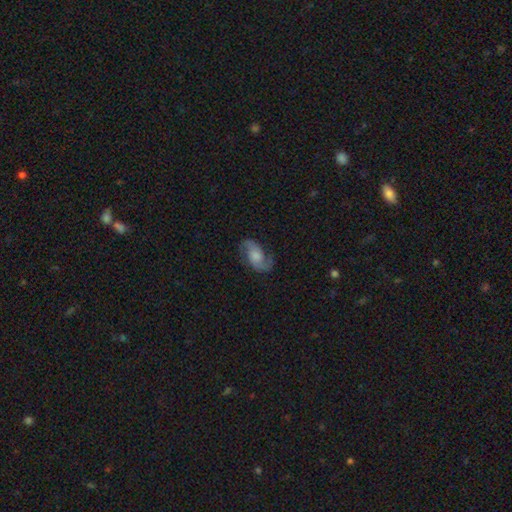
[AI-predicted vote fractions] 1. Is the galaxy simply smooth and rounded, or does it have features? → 78% featured or disk, 15% smooth, 6% star or artifact.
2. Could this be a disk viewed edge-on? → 97% no, 3% yes.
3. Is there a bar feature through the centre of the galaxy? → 61% no, 32% weak, 7% strong.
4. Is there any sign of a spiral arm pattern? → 96% yes, 4% no.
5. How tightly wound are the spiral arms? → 47% medium, 39% loose, 14% tight.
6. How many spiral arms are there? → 92% 2, 3% can't tell, 2% 1, 1% 3, 1% 4, 1% more than 4.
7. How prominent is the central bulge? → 32% moderate, 24% small, 23% none, 19% large, 3% dominant.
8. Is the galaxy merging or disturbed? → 76% none, 15% minor disturbance, 7% major disturbance, 1% merger.